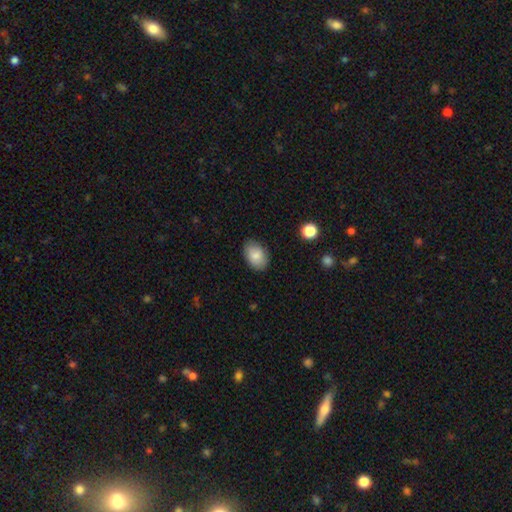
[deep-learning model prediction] smooth 84%, featured or disk 9%, star or artifact 7%. Down the decision tree: how rounded — in between (85%); merging — none (83%).